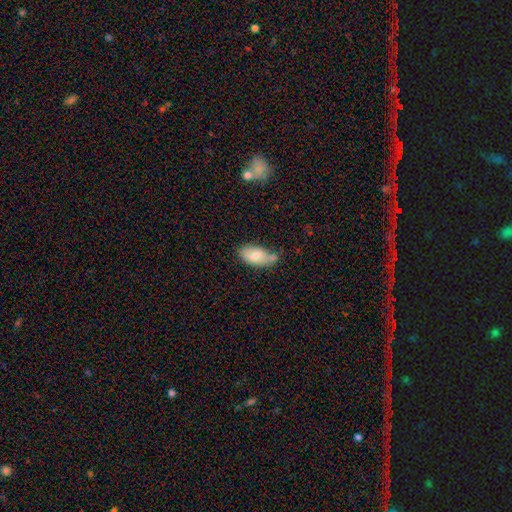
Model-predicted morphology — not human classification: type=smooth (75%); roundness=in between (92%); merging=none (47%).